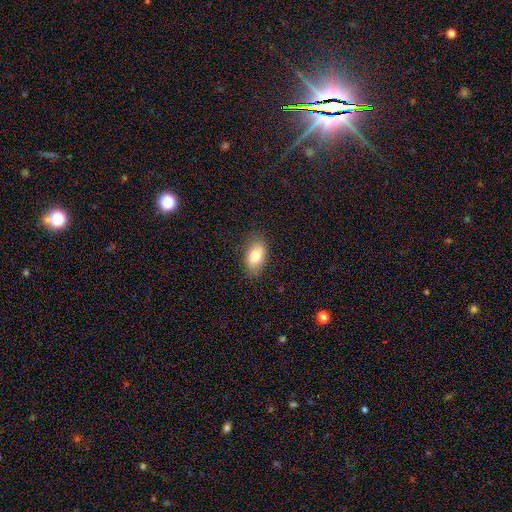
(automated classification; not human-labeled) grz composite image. It shows a smooth galaxy with no disk features (78%) that is in between round and cigar-shaped (90%). Merging: none (83%).